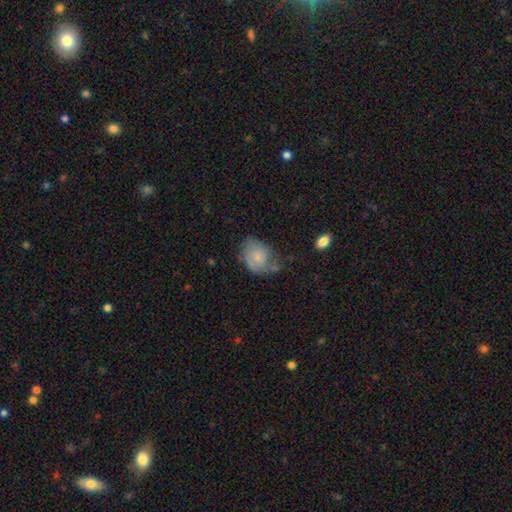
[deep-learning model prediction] This appears to be a smooth galaxy with no disk features (63%) that is in between round and cigar-shaped (62%). Merging: minor disturbance (35%).